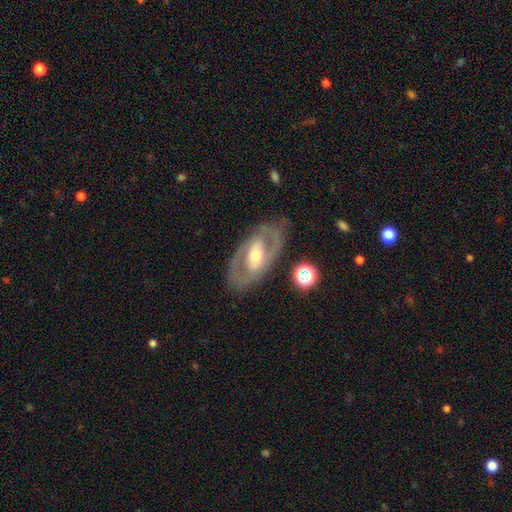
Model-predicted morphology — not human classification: type=featured or disk (79%); edge-on=no (92%); bar=strong (36%); spiral arms=yes (67%); bulge=moderate (66%); merging=none (79%).